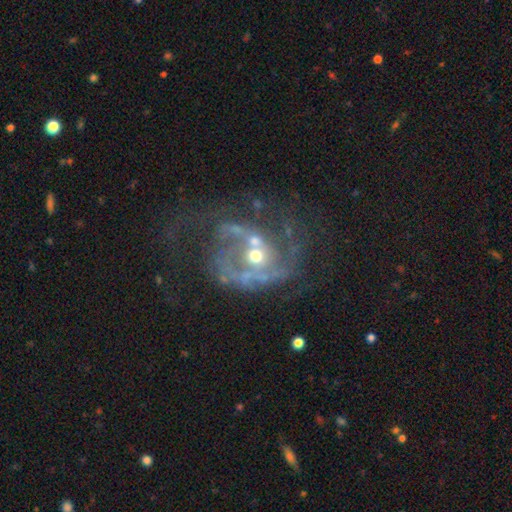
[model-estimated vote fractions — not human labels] The model was most divided on "spiral winding": medium: 41%, tight: 31%, loose: 28%. Remaining: edge-on disk — no (97%); bar — no (77%); smooth or featured — featured or disk (76%); spiral arms — yes (70%); bulge size — moderate (54%); merging — none (41%); spiral arm count — 2 (40%).